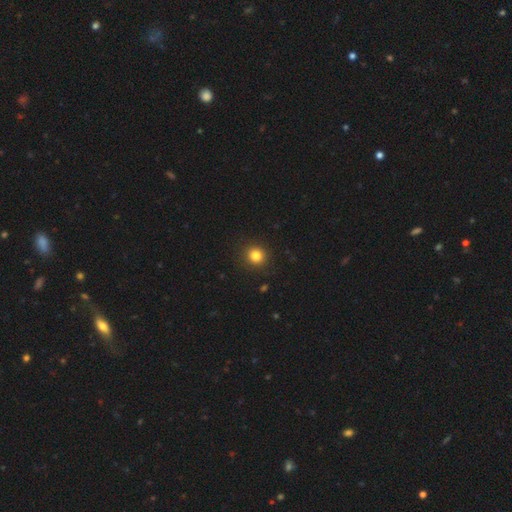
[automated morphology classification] smooth-or-featured: smooth: 83% | star or artifact: 12% | featured or disk: 5%
  how-rounded: round: 91% | in between: 8% | cigar-shaped: 1%
  merging: none: 91% | minor disturbance: 6% | major disturbance: 2% | merger: 1%